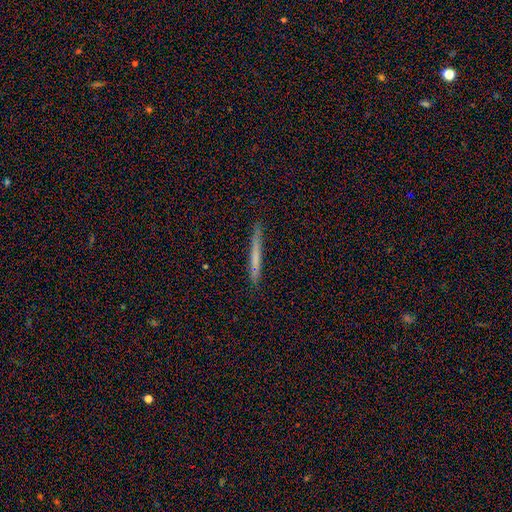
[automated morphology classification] smooth_or_featured: smooth (p=0.61) [alt: featured or disk p=0.31]
how_rounded: cigar-shaped (p=0.97) [alt: in between p=0.02]
merging: none (p=0.89) [alt: minor disturbance p=0.09]